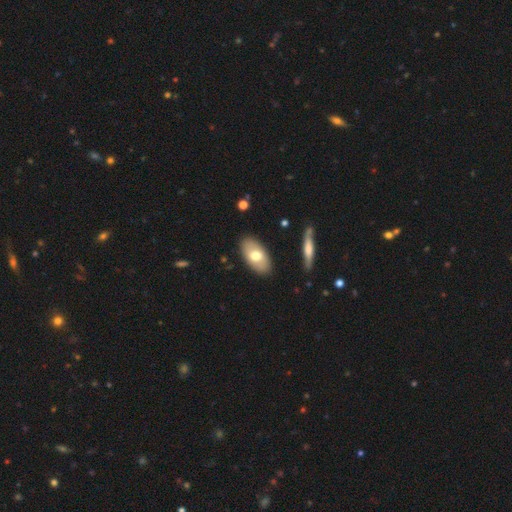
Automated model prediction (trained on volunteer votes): Smooth or featured? smooth (68%)
How rounded? in between (94%)
Merging? none (87%)